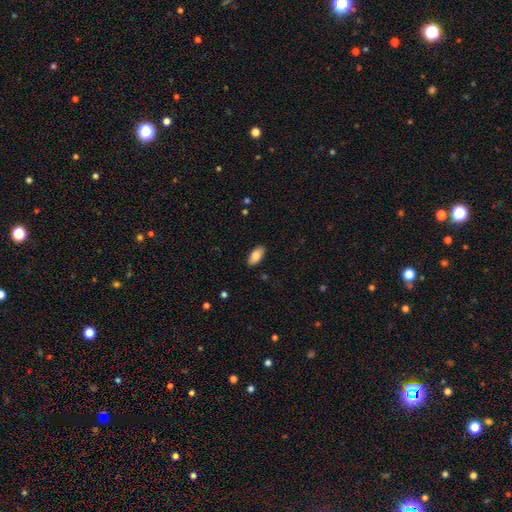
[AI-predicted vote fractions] A smooth galaxy with no disk features (81%) that is in between round and cigar-shaped (90%).

Vote fractions:
- Smooth or featured? smooth: 81% / featured or disk: 13% / star or artifact: 6%
- How rounded? in between: 90% / cigar-shaped: 8% / round: 2%
- Merging? none: 88% / minor disturbance: 9% / major disturbance: 2% / merger: 1%